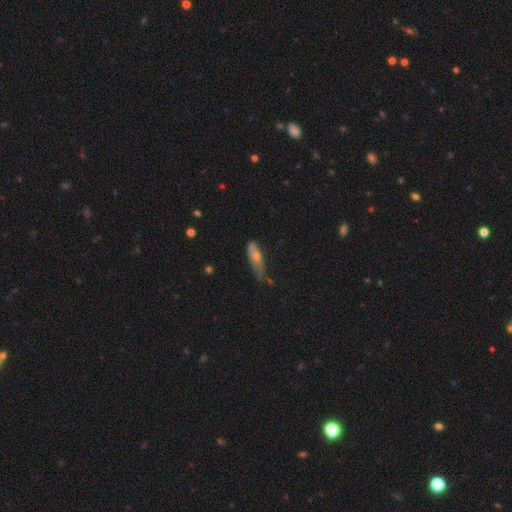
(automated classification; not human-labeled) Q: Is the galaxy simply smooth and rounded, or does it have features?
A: smooth — 47%.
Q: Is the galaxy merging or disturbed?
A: none — 44%.